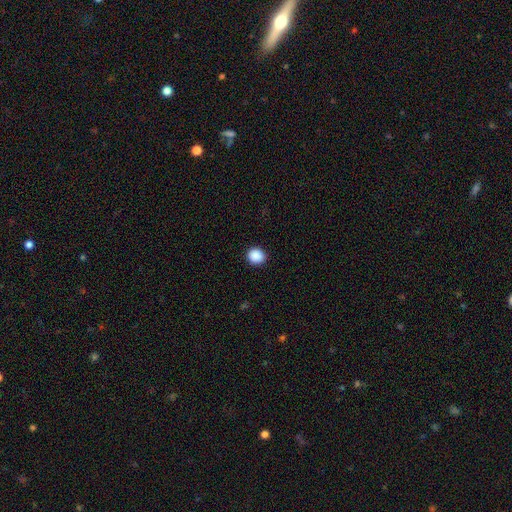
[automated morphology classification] Smooth or featured? Predicted: smooth (p=0.89). How rounded? Predicted: round (p=0.85). Merging? Predicted: none (p=0.92).